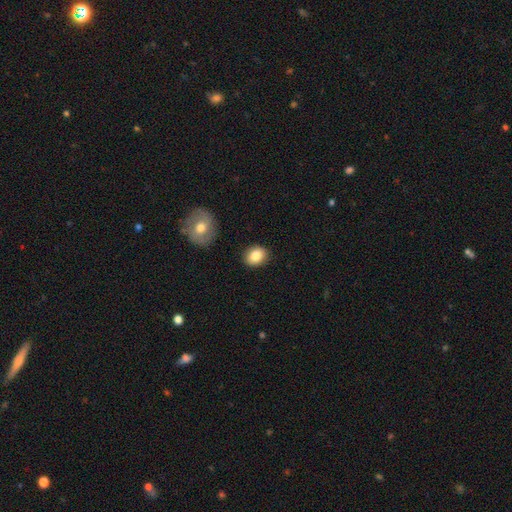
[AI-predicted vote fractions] A smooth galaxy with no disk features (84%) that is round (51%). Merging: none (88%).